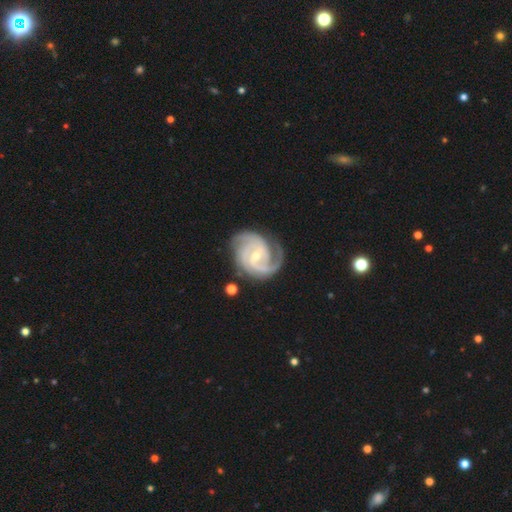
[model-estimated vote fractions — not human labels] featured or disk 92%, smooth 4%, star or artifact 4%. Down the decision tree: edge-on disk — no (98%); bar — weak (52%); spiral arms — yes (98%); spiral arm count — 2 (38%); spiral winding — tight (51%); bulge size — small (59%); merging — none (71%).